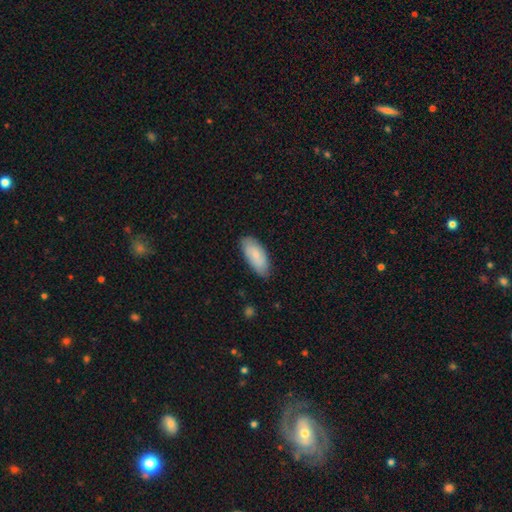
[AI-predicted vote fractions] Smooth or featured?
  - smooth: 79% *
  - featured or disk: 15%
  - star or artifact: 6%
How rounded?
  - in between: 87% *
  - cigar-shaped: 11%
  - round: 2%
Merging?
  - none: 80% *
  - minor disturbance: 17%
  - major disturbance: 3%
  - merger: 1%